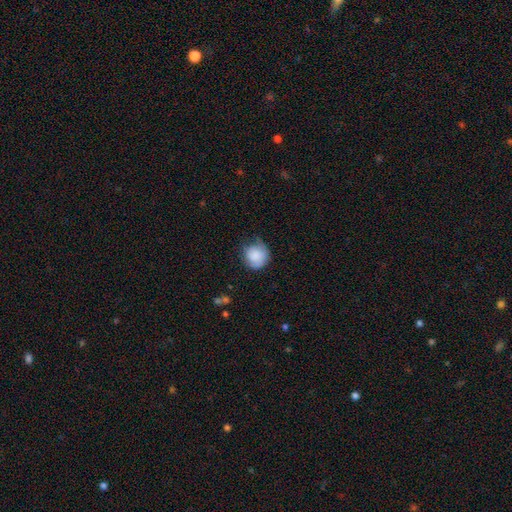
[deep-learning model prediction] A smooth galaxy with no disk features (81%) that is round (85%). Merging: none (52%).